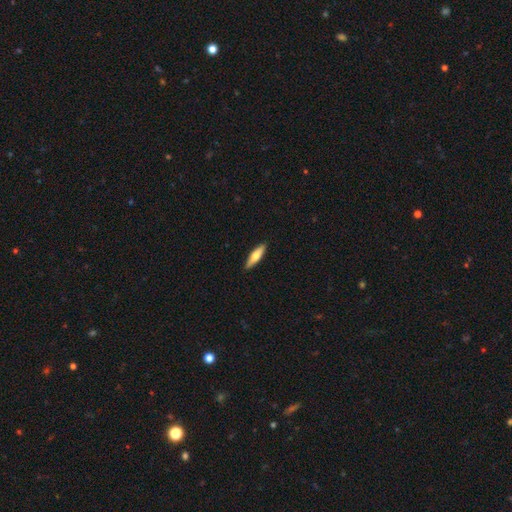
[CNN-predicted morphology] Smooth or featured? Predicted: smooth (p=0.62). How rounded? Predicted: cigar-shaped (p=0.66). Merging? Predicted: none (p=0.90).